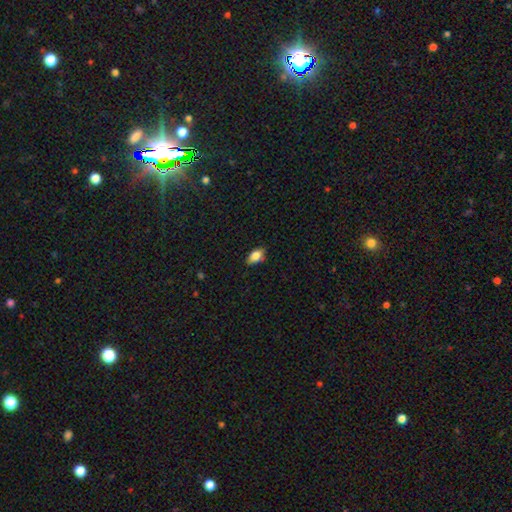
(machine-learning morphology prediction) smooth-or-featured: smooth: 83% | featured or disk: 9% | star or artifact: 8%
  how-rounded: in between: 89% | round: 7% | cigar-shaped: 4%
  merging: none: 81% | minor disturbance: 16% | major disturbance: 2% | merger: 1%